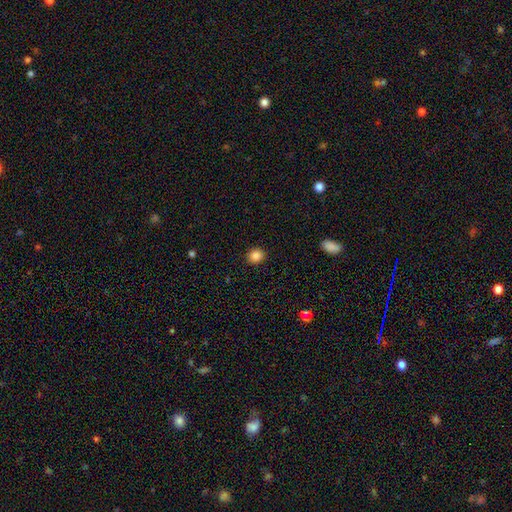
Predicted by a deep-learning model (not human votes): Smooth or featured? smooth (85%)
How rounded? round (78%)
Merging? none (91%)